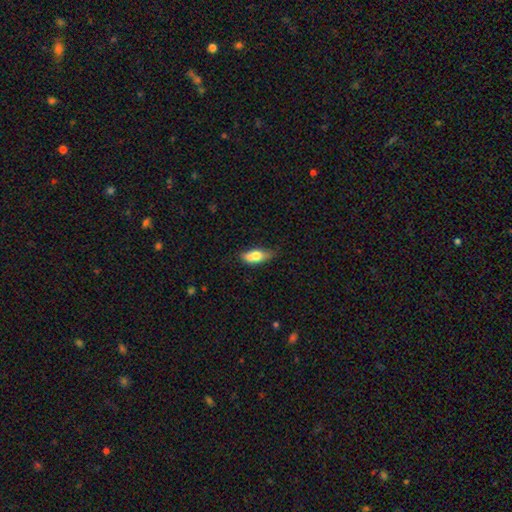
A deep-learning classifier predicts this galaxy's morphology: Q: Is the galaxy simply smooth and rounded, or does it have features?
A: smooth — 69%.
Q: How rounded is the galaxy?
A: in between — 78%.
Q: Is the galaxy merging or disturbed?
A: none — 49%.